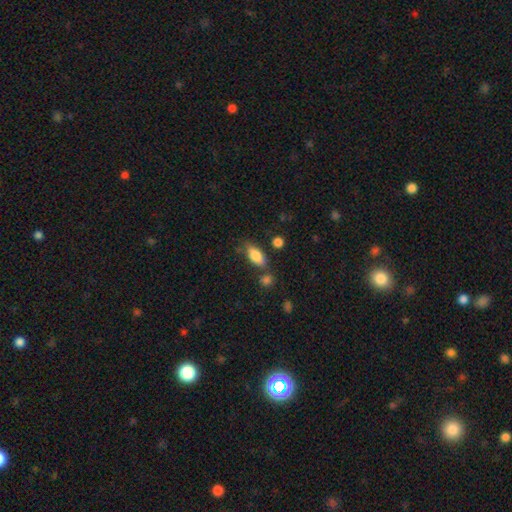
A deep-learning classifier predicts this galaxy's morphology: Smooth or featured? Predicted: smooth (p=0.83). How rounded? Predicted: in between (p=0.85). Merging? Predicted: none (p=0.69).